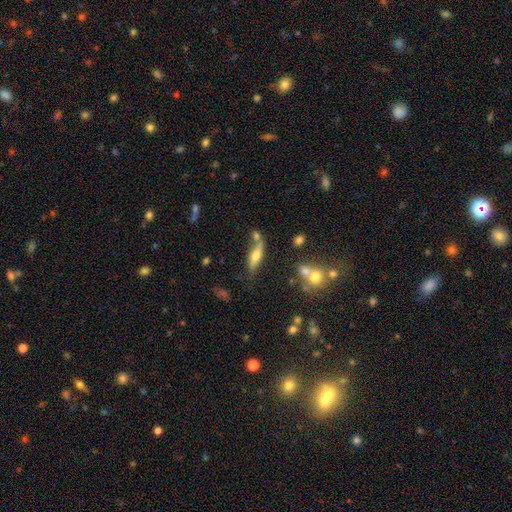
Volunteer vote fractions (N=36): smooth_or_featured: smooth (p=0.58) [alt: featured or disk p=0.42]
how_rounded: cigar-shaped (p=0.62) [alt: in between p=0.38]
merging: none (p=0.58) [alt: merger p=0.33]